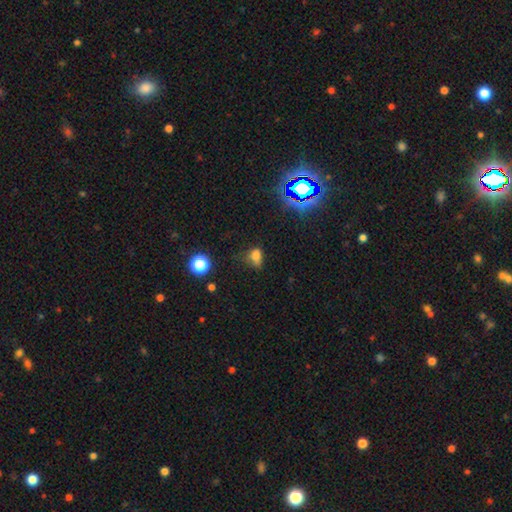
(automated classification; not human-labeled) smooth_or_featured: smooth (p=0.70) [alt: star or artifact p=0.21]
how_rounded: in between (p=0.64) [alt: round p=0.34]
merging: none (p=0.42) [alt: minor disturbance p=0.34]